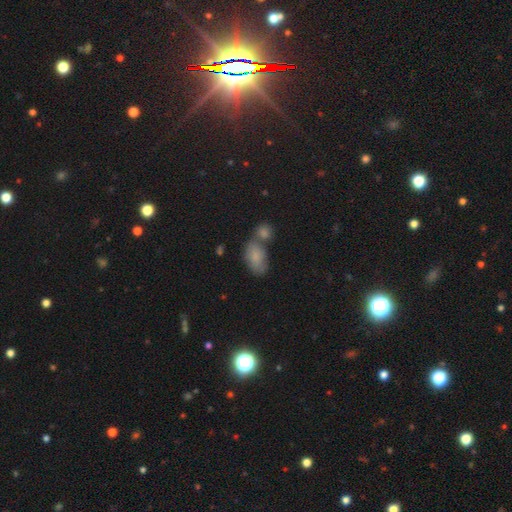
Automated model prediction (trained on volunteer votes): smooth_or_featured: smooth (p=0.80) [alt: featured or disk p=0.11]
how_rounded: in between (p=0.89) [alt: round p=0.09]
merging: none (p=0.40) [alt: merger p=0.38]